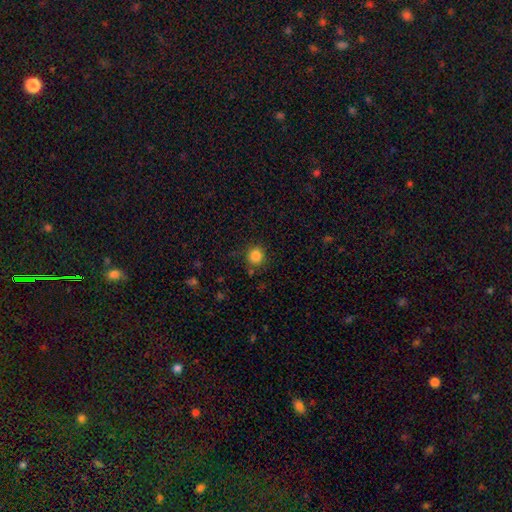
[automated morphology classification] Smooth or featured: smooth — 84% (star or artifact — 12%)
How rounded: round — 93% (in between — 6%)
Merging: none — 87% (minor disturbance — 8%)